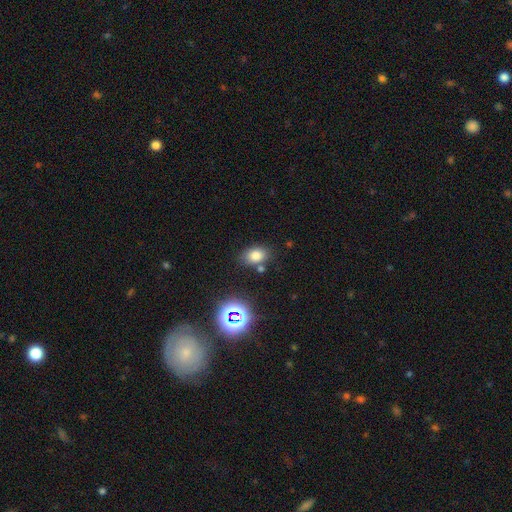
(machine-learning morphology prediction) A smooth galaxy with no disk features (77%) that is in between round and cigar-shaped (73%).

Vote fractions:
- Smooth or featured? smooth: 77% / star or artifact: 15% / featured or disk: 8%
- How rounded? in between: 73% / round: 26% / cigar-shaped: 1%
- Merging? none: 74% / minor disturbance: 14% / merger: 8% / major disturbance: 4%